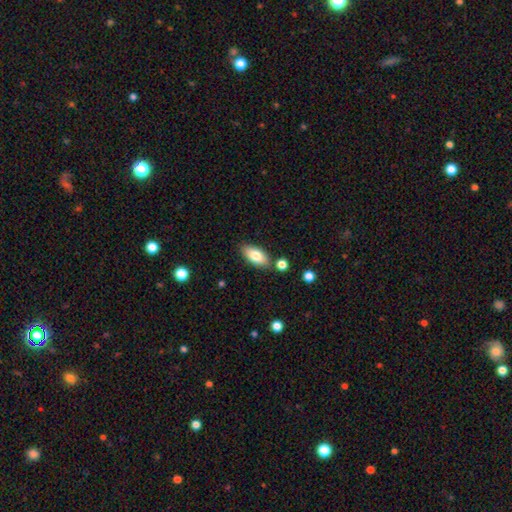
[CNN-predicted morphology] This appears to be a smooth galaxy with no disk features (80%) that is in between round and cigar-shaped (89%). Merging: none (82%).